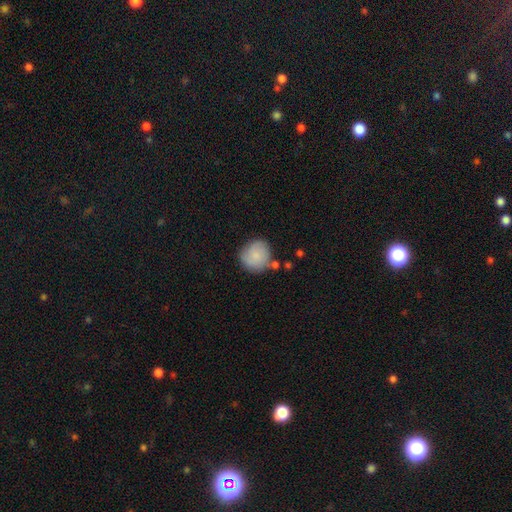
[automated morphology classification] This appears to be a smooth galaxy with no disk features (77%) that is round (87%). Merging: none (68%).